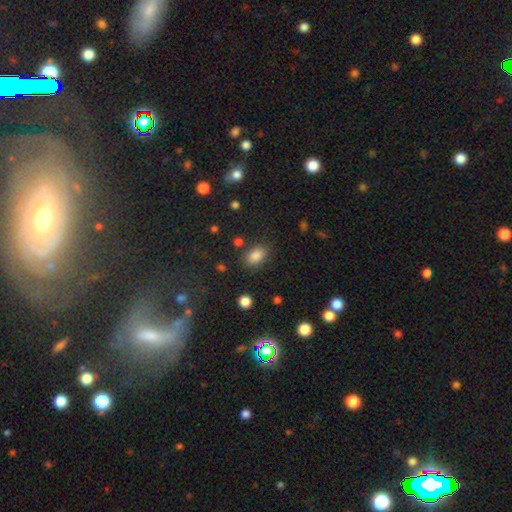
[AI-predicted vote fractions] smooth-or-featured: smooth: 84% | star or artifact: 10% | featured or disk: 5%
  how-rounded: in between: 87% | round: 11% | cigar-shaped: 2%
  merging: none: 82% | minor disturbance: 12% | major disturbance: 4% | merger: 3%